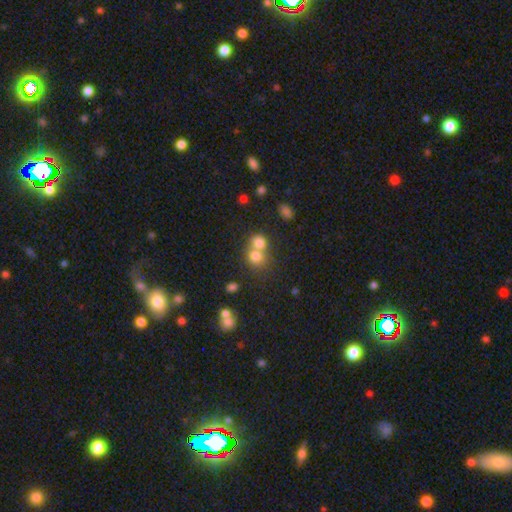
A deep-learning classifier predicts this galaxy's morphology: type=smooth (73%); roundness=round (73%); merging=merger (60%).